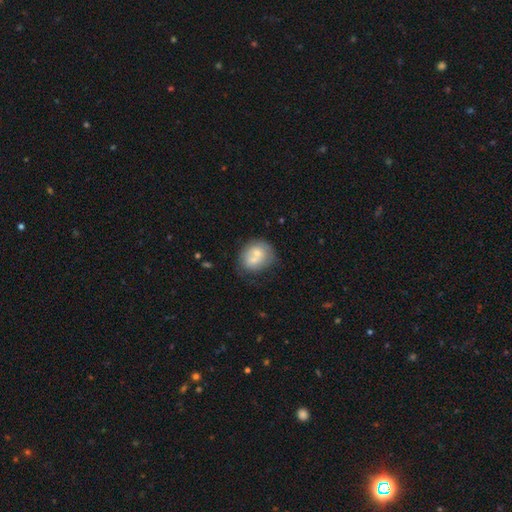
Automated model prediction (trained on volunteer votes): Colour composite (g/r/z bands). It shows a smooth galaxy with no disk features (61%) that is round (68%). Merging: merger (41%).